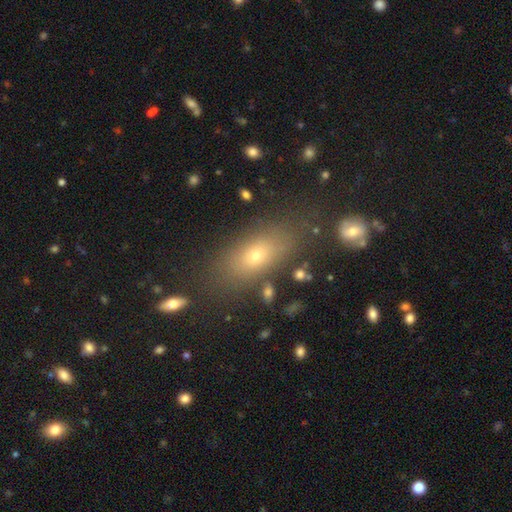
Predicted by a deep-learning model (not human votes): This is likely a smooth galaxy (67%). How rounded: likely in between (79%). Merging: likely none (72%).